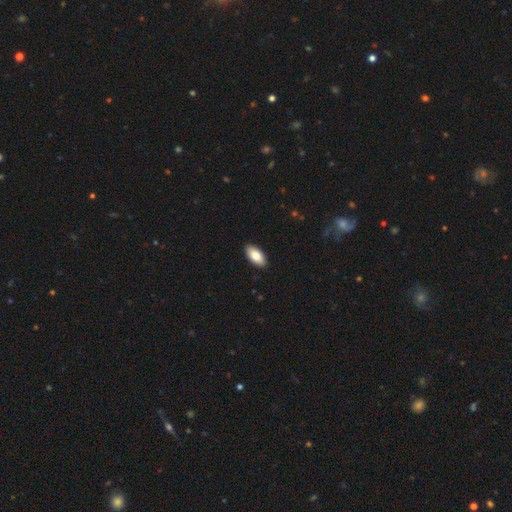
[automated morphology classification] Smooth or featured: smooth — 84% (featured or disk — 10%)
How rounded: in between — 93% (cigar-shaped — 4%)
Merging: none — 91% (minor disturbance — 7%)